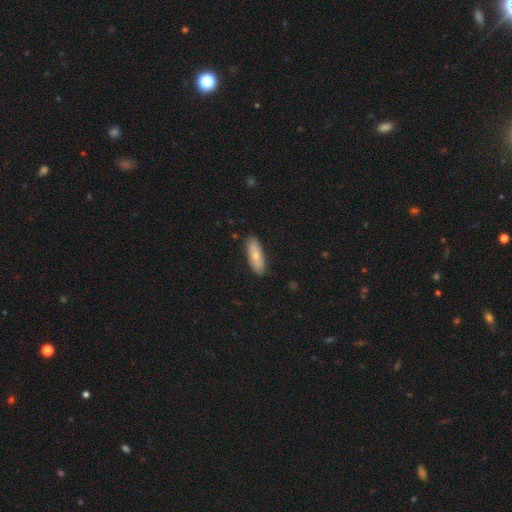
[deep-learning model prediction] Smooth or featured?
  - smooth: 71% *
  - featured or disk: 24%
  - star or artifact: 6%
How rounded?
  - in between: 66% *
  - cigar-shaped: 32%
  - round: 2%
Merging?
  - none: 83% *
  - minor disturbance: 13%
  - major disturbance: 2%
  - merger: 1%